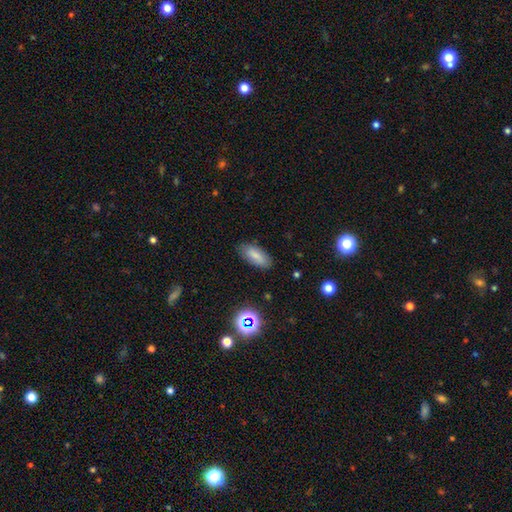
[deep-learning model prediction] Morphology: type=smooth (81%); roundness=in between (83%); merging=none (84%).